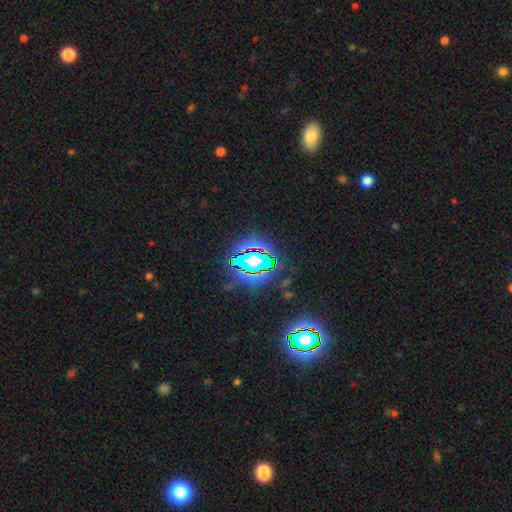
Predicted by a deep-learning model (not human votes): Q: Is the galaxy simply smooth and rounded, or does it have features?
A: star or artifact — 80%.